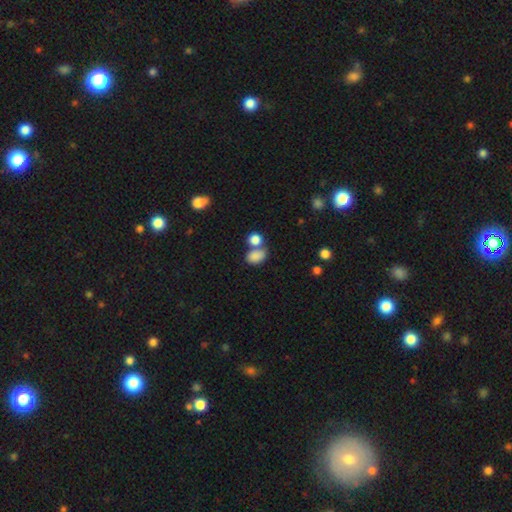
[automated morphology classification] Smooth or featured? Predicted: smooth (p=0.84). How rounded? Predicted: in between (p=0.78). Merging? Predicted: none (p=0.42).